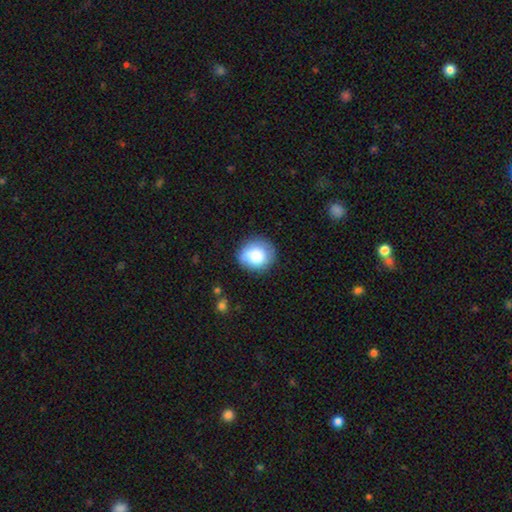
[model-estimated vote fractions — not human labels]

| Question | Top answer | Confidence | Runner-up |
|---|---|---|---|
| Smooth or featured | smooth | 77% | featured or disk (15%) |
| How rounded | round | 83% | in between (16%) |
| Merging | none | 77% | minor disturbance (16%) |